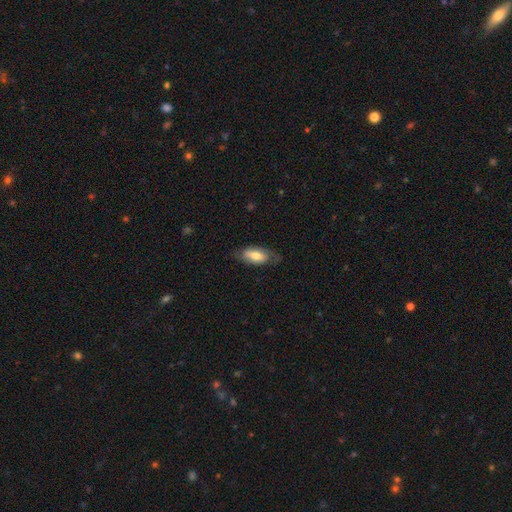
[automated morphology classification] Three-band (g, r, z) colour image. It shows a smooth galaxy with no disk features (63%) that is in between round and cigar-shaped (87%). Merging: none (67%).